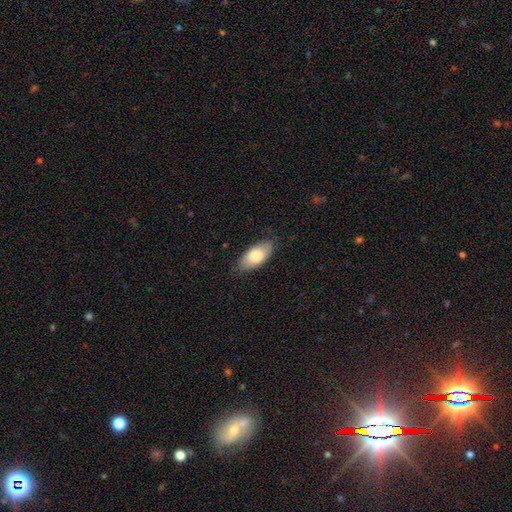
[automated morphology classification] A smooth galaxy with no disk features (80%) that is in between round and cigar-shaped (91%). Merging: none (77%).